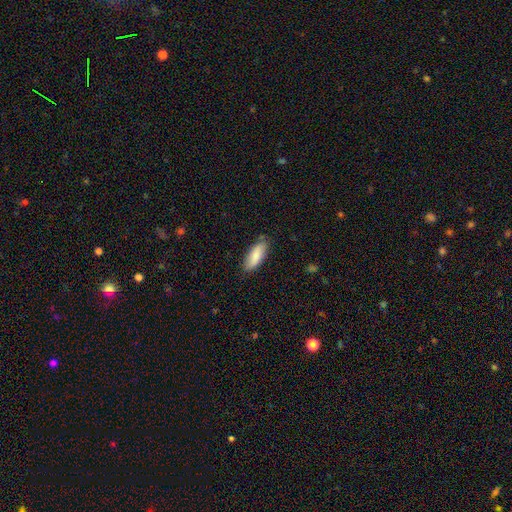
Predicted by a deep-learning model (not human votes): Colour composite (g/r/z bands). It shows a smooth galaxy with no disk features (85%) that is in between round and cigar-shaped (75%). Merging: none (79%).